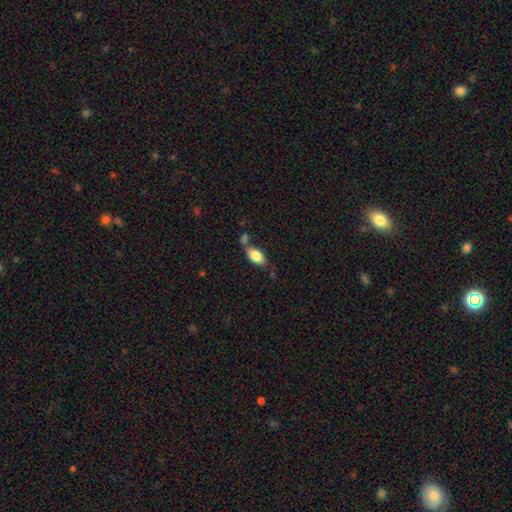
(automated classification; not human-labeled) Overall: smooth (82%). How rounded: in between (91%). Merging: none (58%; merger 21%).